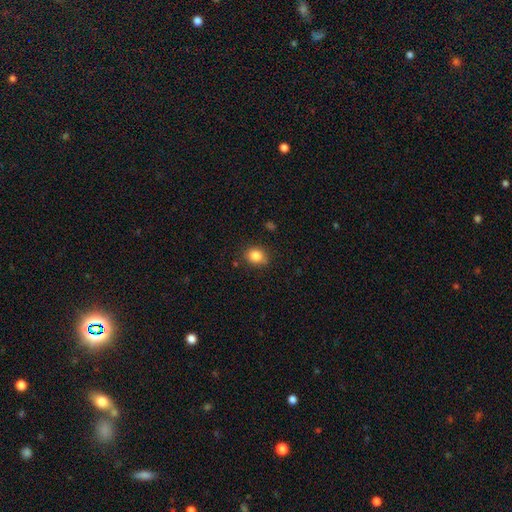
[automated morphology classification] Q: Smooth or featured?
A: smooth (84%); runner-up: star or artifact (10%)
Q: How rounded?
A: round (55%); runner-up: in between (44%)
Q: Merging?
A: none (81%); runner-up: minor disturbance (14%)